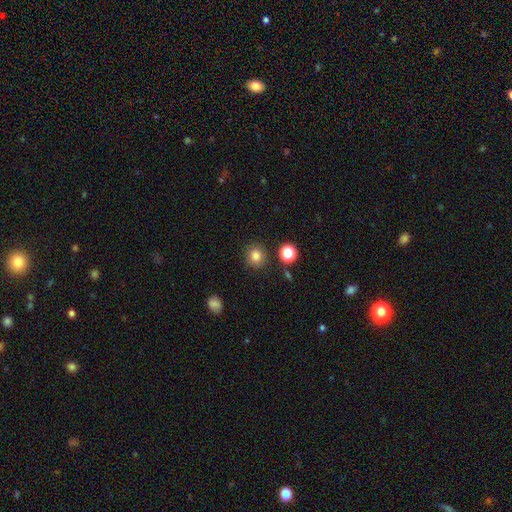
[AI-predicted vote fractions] smooth_or_featured: smooth (p=0.83) [alt: star or artifact p=0.12]
how_rounded: round (p=0.86) [alt: in between p=0.13]
merging: none (p=0.86) [alt: minor disturbance p=0.08]